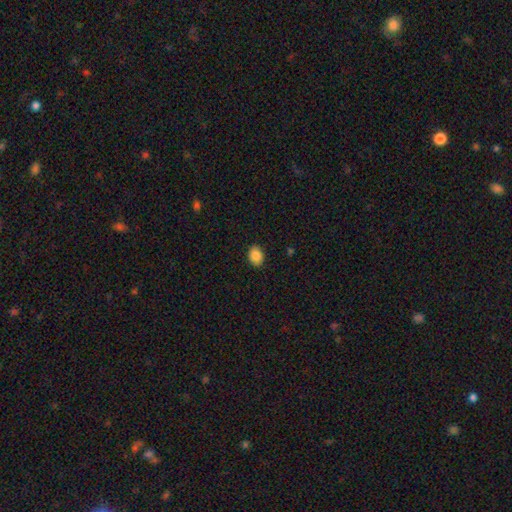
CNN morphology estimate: Smooth or featured? smooth (88%)
How rounded? in between (61%)
Merging? none (89%)